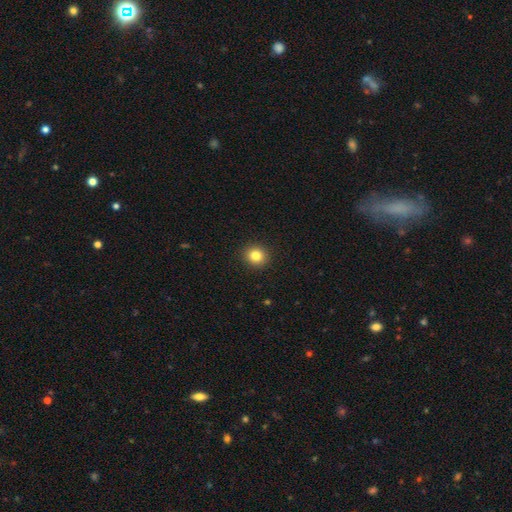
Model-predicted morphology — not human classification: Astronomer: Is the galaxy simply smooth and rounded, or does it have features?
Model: smooth — 82%.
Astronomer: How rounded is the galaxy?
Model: round — 86%.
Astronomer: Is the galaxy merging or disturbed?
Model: none — 92%.